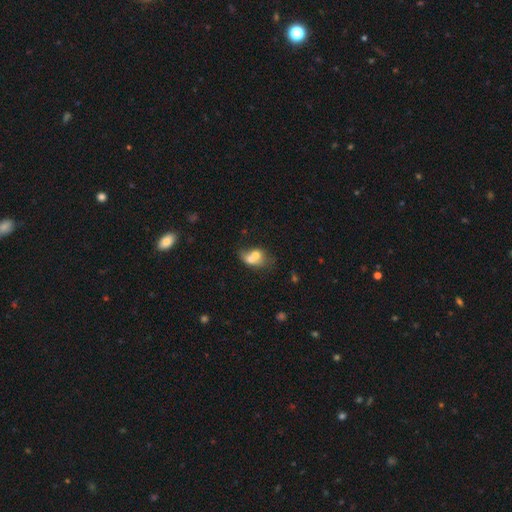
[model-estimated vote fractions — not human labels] The model was most divided on "how rounded": in between: 55%, round: 43%, cigar-shaped: 2%. More confident: merging — merger (68%); smooth or featured — smooth (63%).